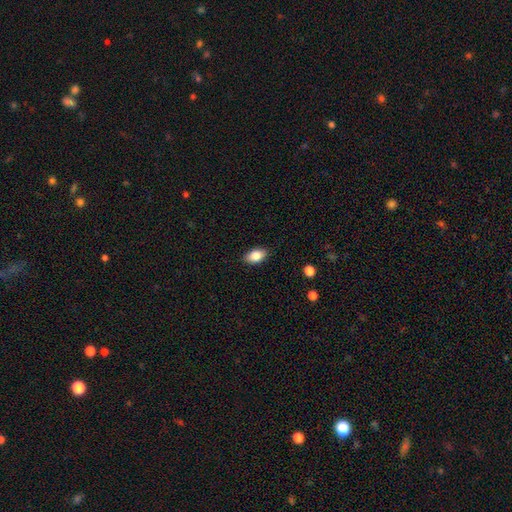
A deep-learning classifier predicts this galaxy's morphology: smooth-or-featured: smooth: 85% | featured or disk: 8% | star or artifact: 8%
  how-rounded: in between: 91% | round: 7% | cigar-shaped: 2%
  merging: none: 87% | minor disturbance: 10% | major disturbance: 2% | merger: 1%